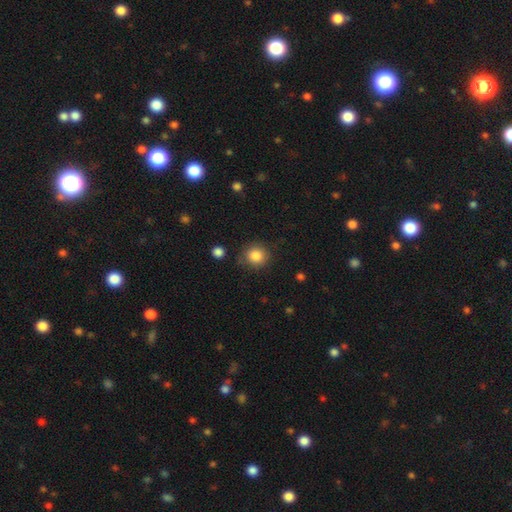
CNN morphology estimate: Overall: smooth (86%). How rounded: round (89%). Merging: none (83%).